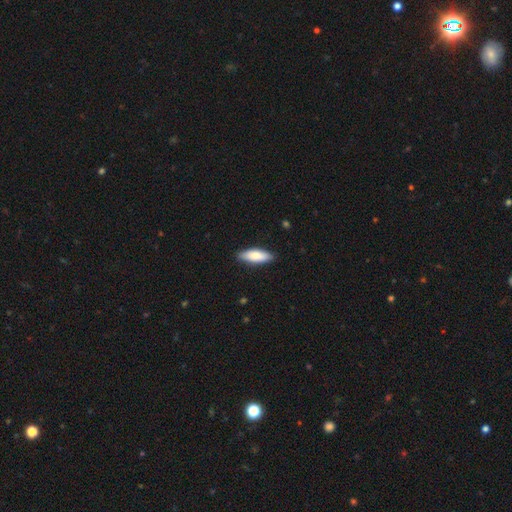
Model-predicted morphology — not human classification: A smooth galaxy with no disk features (81%) that is in between round and cigar-shaped (60%).

Vote fractions:
- Smooth or featured? smooth: 81% / featured or disk: 14% / star or artifact: 5%
- How rounded? in between: 60% / cigar-shaped: 38% / round: 2%
- Merging? none: 88% / minor disturbance: 9% / major disturbance: 2% / merger: 1%